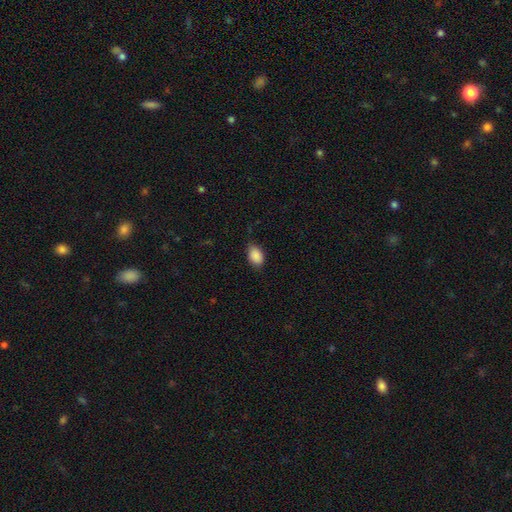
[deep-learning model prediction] Morphology: type=smooth (88%); roundness=in between (85%); merging=none (71%).